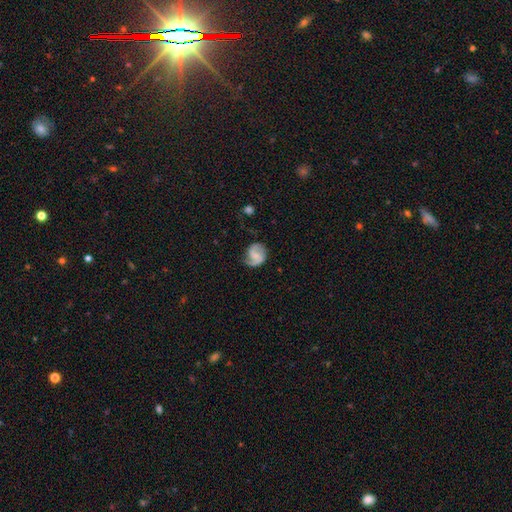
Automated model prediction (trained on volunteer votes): A featured or disk galaxy (74%) with a weak bar (47%), 2 (77%) medium (48%) spiral arms (94%) and a small central bulge (42%). Merging: none (67%).